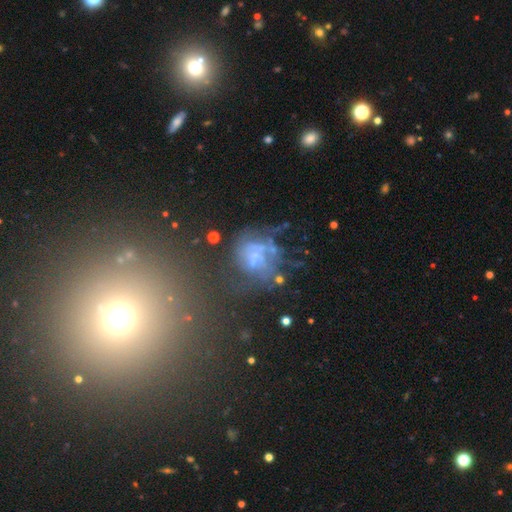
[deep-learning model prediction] Morphology: type=featured or disk (53%); edge-on=no (97%); bar=no (81%); spiral arms=no (66%); bulge=none (43%); merging=none (32%, tied with major disturbance).